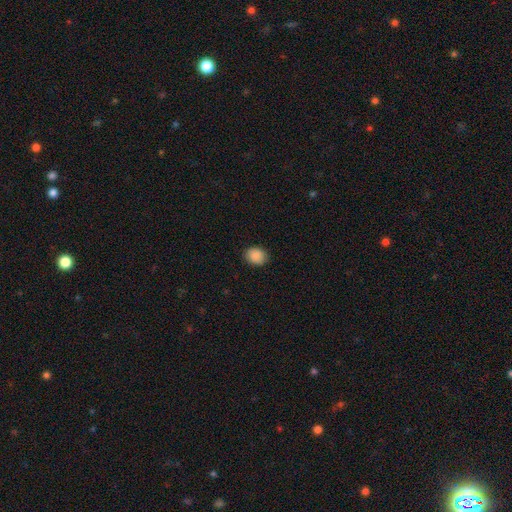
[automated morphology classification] This is clearly a smooth galaxy (88%). How rounded: possibly round (50%). Merging: clearly none (83%).